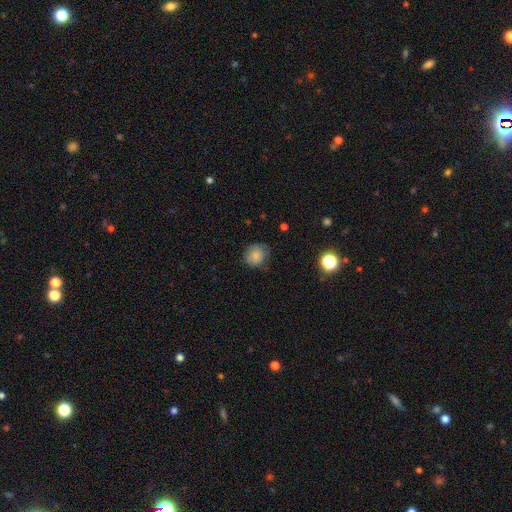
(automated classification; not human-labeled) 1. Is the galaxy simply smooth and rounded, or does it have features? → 82% smooth, 10% star or artifact, 8% featured or disk.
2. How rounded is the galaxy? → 80% round, 19% in between, 1% cigar-shaped.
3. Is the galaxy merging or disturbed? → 68% none, 24% minor disturbance, 7% major disturbance, 1% merger.